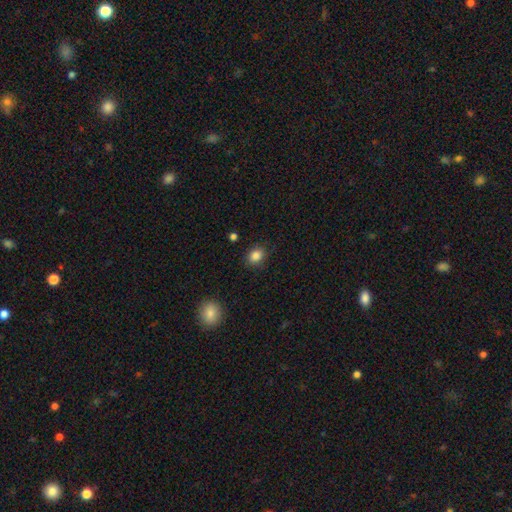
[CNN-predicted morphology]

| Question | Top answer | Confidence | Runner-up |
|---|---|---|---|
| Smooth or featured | smooth | 85% | star or artifact (10%) |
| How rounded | round | 55% | in between (44%) |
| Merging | none | 86% | minor disturbance (10%) |